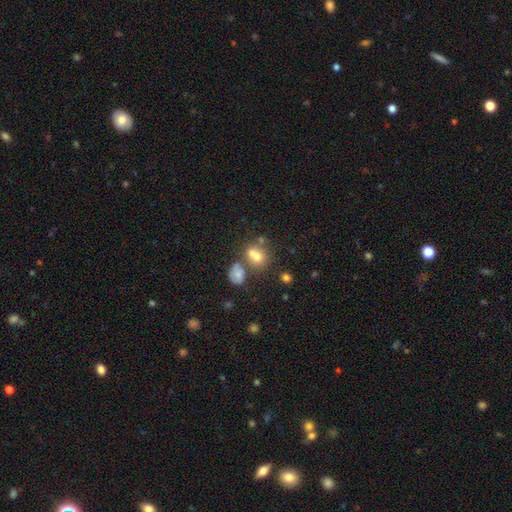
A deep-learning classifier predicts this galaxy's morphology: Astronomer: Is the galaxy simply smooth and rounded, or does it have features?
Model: smooth — 69%.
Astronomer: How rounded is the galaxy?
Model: round — 57% (runner-up: in between, 41%).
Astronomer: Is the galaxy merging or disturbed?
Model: merger — 43% (runner-up: none, 39%).